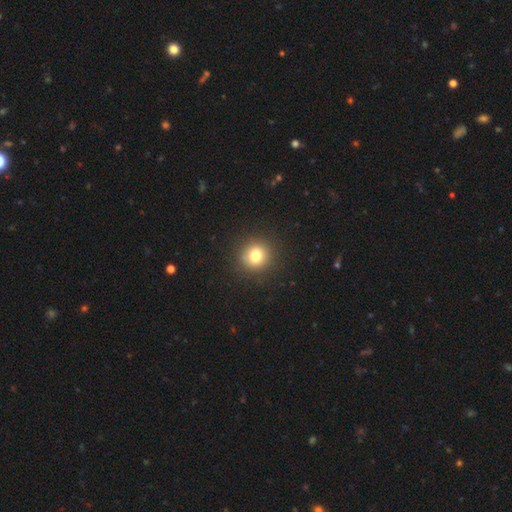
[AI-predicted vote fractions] Smooth or featured? smooth (79%)
How rounded? round (90%)
Merging? none (90%)